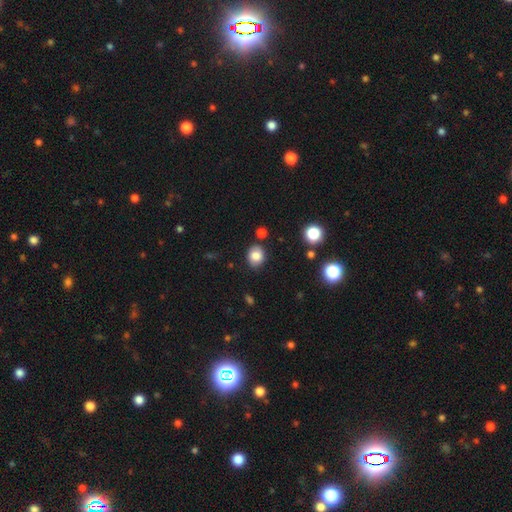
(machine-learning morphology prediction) This appears to be a smooth galaxy with no disk features (81%) that is round (54%). Merging: none (81%).